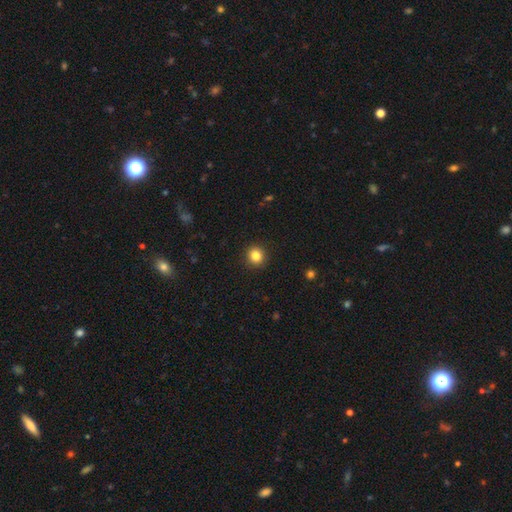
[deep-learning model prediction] This is clearly a smooth galaxy (84%). How rounded: clearly round (90%). Merging: clearly none (92%).